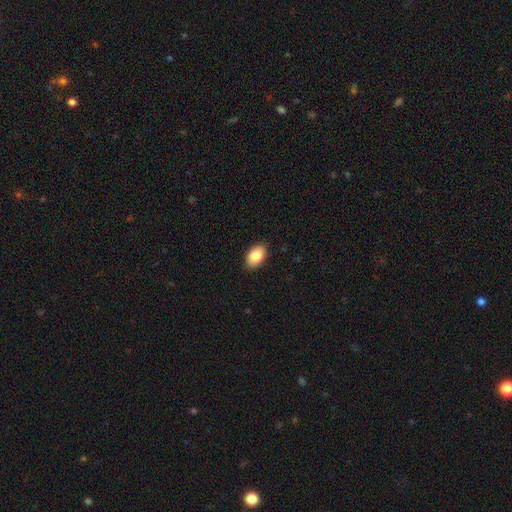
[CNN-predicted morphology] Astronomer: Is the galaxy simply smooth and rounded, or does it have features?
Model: smooth — 86%.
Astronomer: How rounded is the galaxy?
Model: in between — 91%.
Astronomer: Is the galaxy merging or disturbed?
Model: none — 88%.